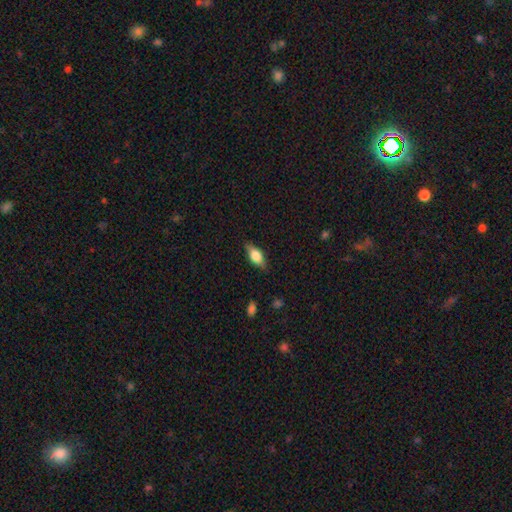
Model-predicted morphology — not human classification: Overall: smooth (56%; featured or disk 37%). How rounded: in between (76%). Merging: none (83%).